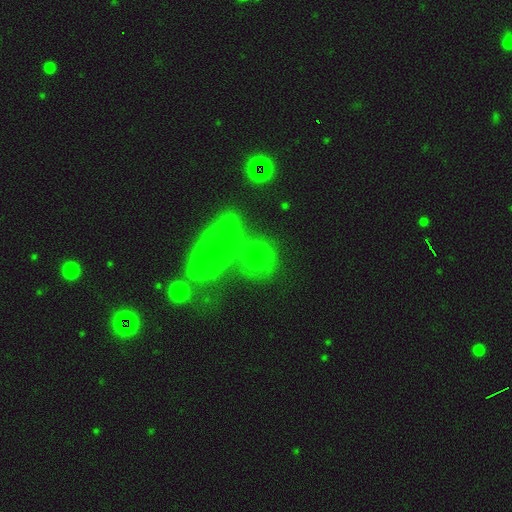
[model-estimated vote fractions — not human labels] This appears to be a smooth galaxy with no disk features (45%). Merging: none (49%).